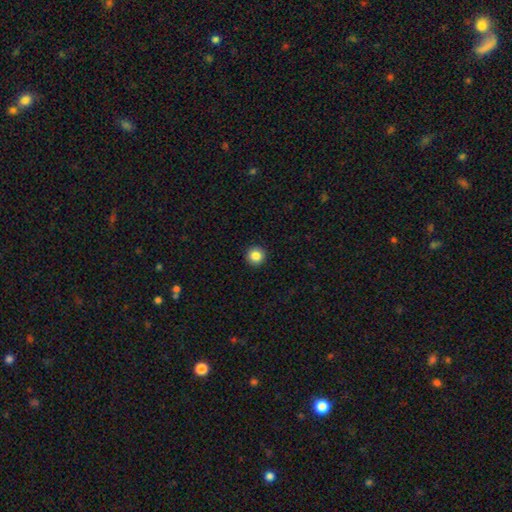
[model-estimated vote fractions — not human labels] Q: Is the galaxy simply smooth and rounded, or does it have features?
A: smooth — 85%.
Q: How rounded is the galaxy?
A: round — 96%.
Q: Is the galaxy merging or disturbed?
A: none — 94%.